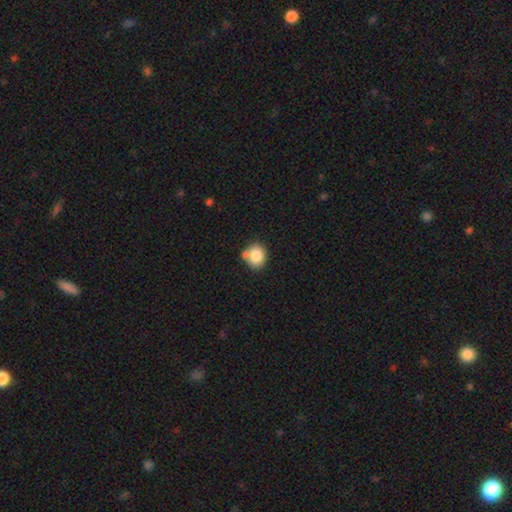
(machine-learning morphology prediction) A smooth galaxy with no disk features (83%) that is round (64%).

Vote fractions:
- Smooth or featured? smooth: 83% / star or artifact: 9% / featured or disk: 8%
- How rounded? round: 64% / in between: 35% / cigar-shaped: 1%
- Merging? none: 62% / merger: 20% / minor disturbance: 15% / major disturbance: 4%